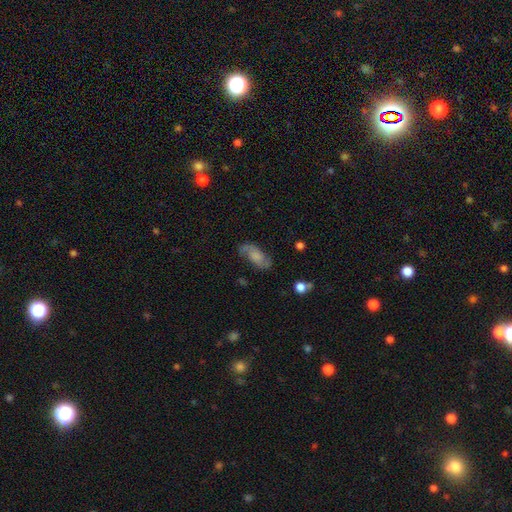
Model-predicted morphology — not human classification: Smooth or featured? Predicted: featured or disk (p=0.64). Edge-on disk? Predicted: no (p=0.94). Bar? Predicted: no (p=0.64). Spiral arms? Predicted: yes (p=0.92). Spiral winding? Predicted: medium (p=0.44). Spiral arm count? Predicted: 2 (p=0.89). Bulge size? Predicted: none (p=0.39). Merging? Predicted: none (p=0.74).